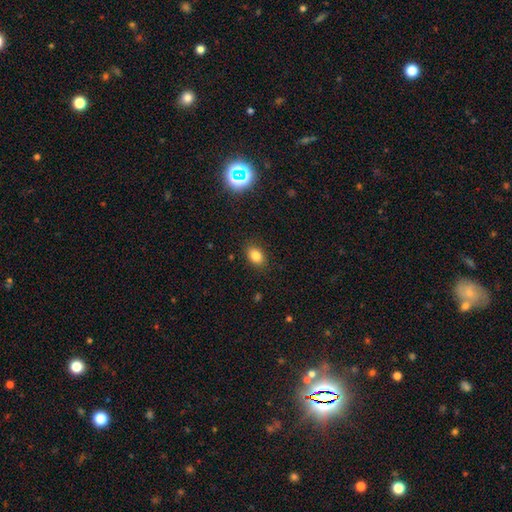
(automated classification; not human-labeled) Smooth or featured? smooth (82%)
How rounded? in between (75%)
Merging? none (86%)